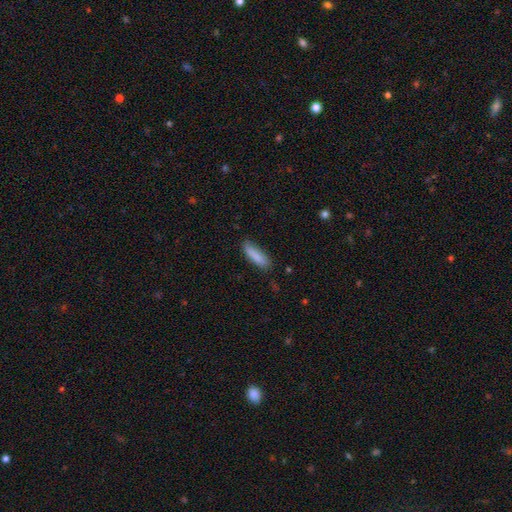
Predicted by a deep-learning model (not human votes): This is clearly a smooth galaxy (86%). How rounded: possibly cigar-shaped (60%). Merging: likely none (78%).